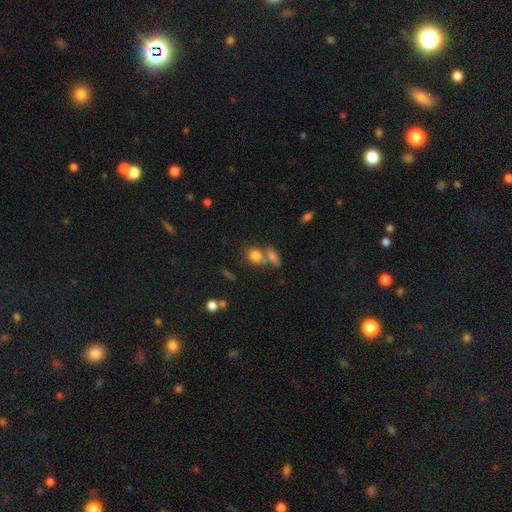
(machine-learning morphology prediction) The model was most divided on "merging": none: 48%, merger: 37%, minor disturbance: 10%, major disturbance: 5%. More confident: smooth or featured — smooth (78%); how rounded — round (60%).